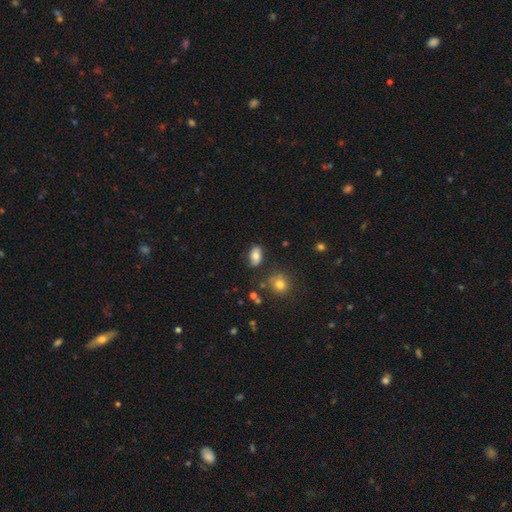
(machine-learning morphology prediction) Overall: smooth (80%). How rounded: in between (88%). Merging: none (78%).